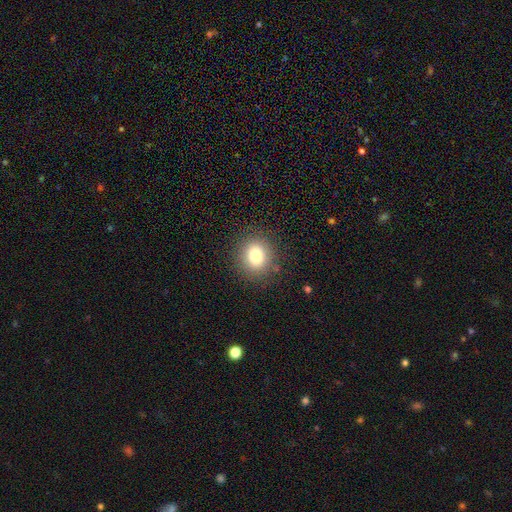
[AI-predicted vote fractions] Smooth or featured? Predicted: smooth (p=0.80). How rounded? Predicted: round (p=0.79). Merging? Predicted: none (p=0.87).